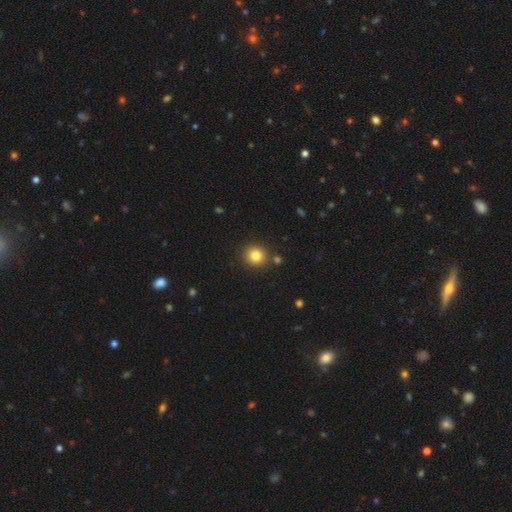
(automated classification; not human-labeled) smooth-or-featured: smooth: 82% | star or artifact: 12% | featured or disk: 6%
  how-rounded: round: 92% | in between: 7% | cigar-shaped: 1%
  merging: none: 86% | minor disturbance: 6% | merger: 5% | major disturbance: 2%